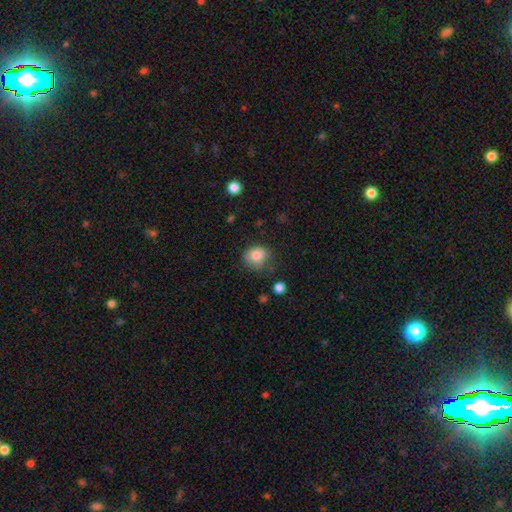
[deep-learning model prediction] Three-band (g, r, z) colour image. It shows a smooth galaxy with no disk features (83%) that is round (65%). Merging: none (63%).